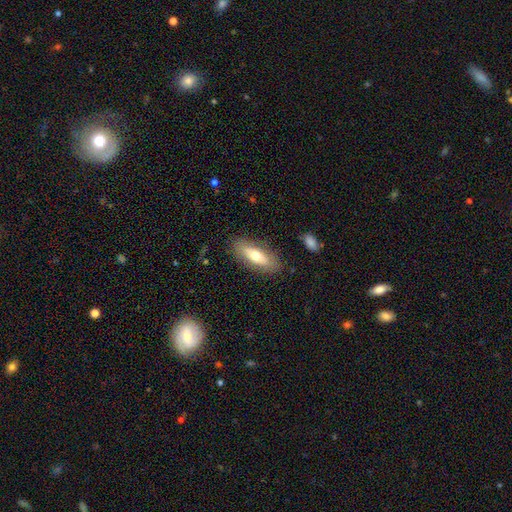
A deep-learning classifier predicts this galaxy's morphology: Smooth or featured? Predicted: smooth (p=0.64). How rounded? Predicted: in between (p=0.63). Merging? Predicted: none (p=0.84).